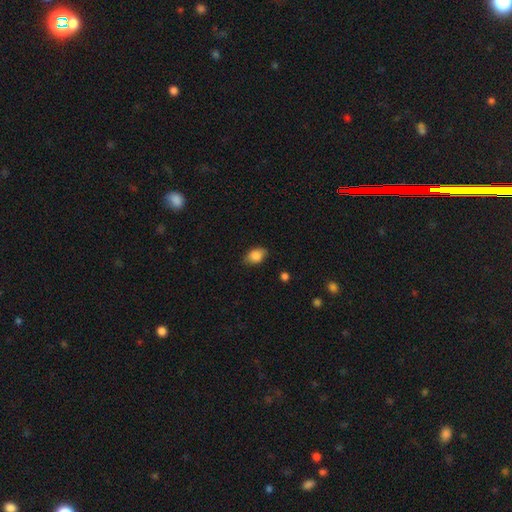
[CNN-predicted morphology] Smooth or featured? Predicted: smooth (p=0.86). How rounded? Predicted: in between (p=0.83). Merging? Predicted: none (p=0.80).